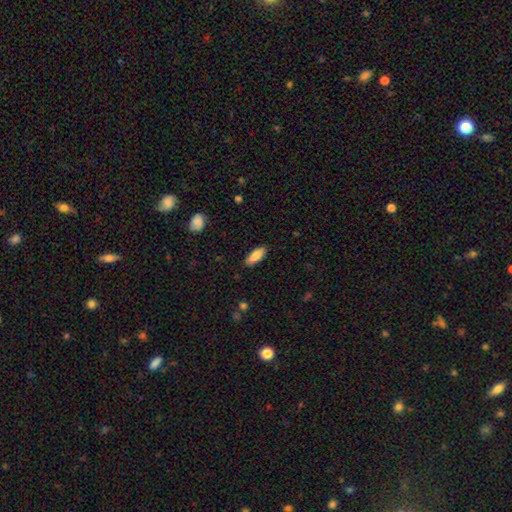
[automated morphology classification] A smooth galaxy with no disk features (86%) that is in between round and cigar-shaped (71%). Merging: none (88%).